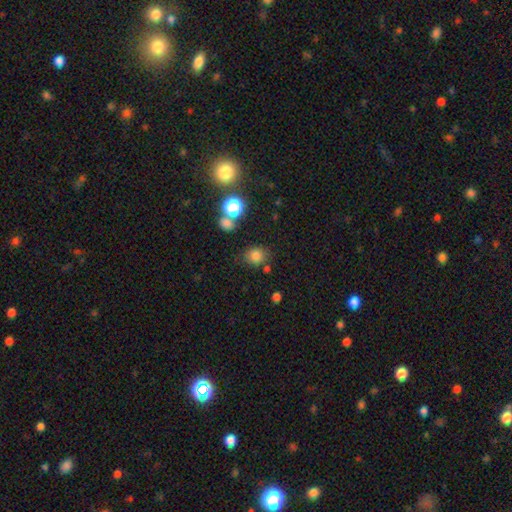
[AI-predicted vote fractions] Smooth or featured? Predicted: smooth (p=0.77). How rounded? Predicted: round (p=0.73). Merging? Predicted: none (p=0.75).